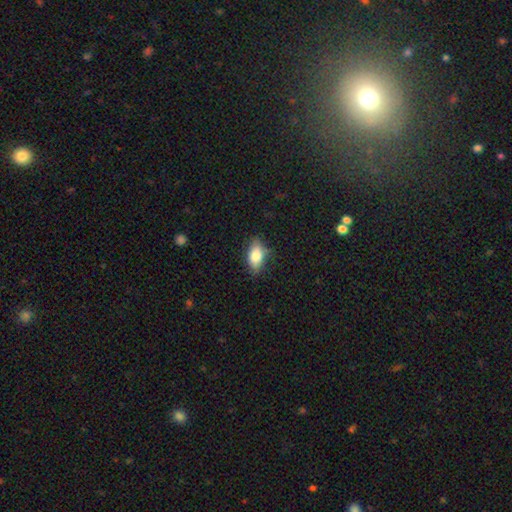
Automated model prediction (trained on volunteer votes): A smooth galaxy with no disk features (80%) that is in between round and cigar-shaped (87%).

Vote fractions:
- Smooth or featured? smooth: 80% / featured or disk: 13% / star or artifact: 8%
- How rounded? in between: 87% / cigar-shaped: 8% / round: 5%
- Merging? none: 75% / minor disturbance: 19% / major disturbance: 4% / merger: 2%